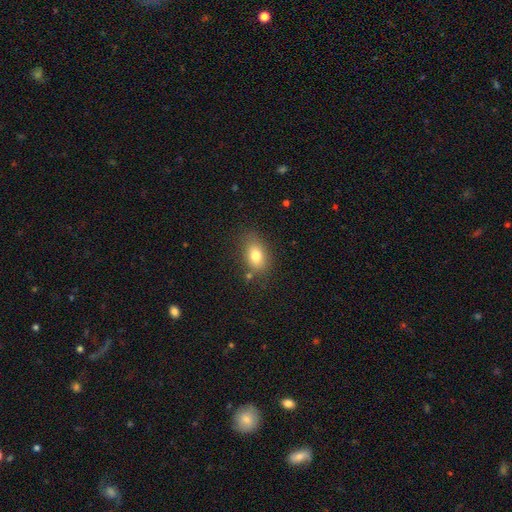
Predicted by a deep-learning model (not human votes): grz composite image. It shows a smooth galaxy with no disk features (79%) that is in between round and cigar-shaped (82%). Merging: none (76%).